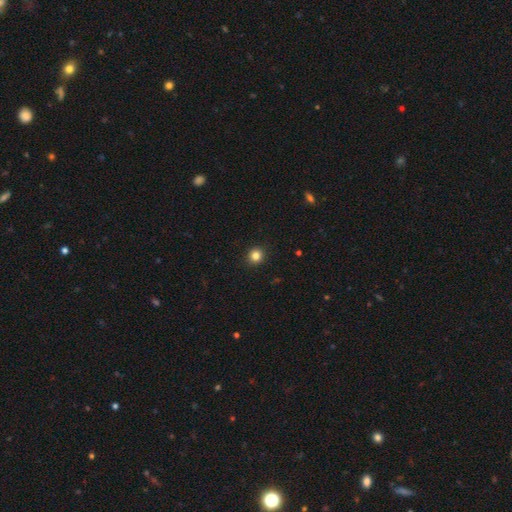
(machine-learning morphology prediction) smooth_or_featured: smooth (p=0.83) [alt: star or artifact p=0.12]
how_rounded: round (p=0.92) [alt: in between p=0.07]
merging: none (p=0.93) [alt: minor disturbance p=0.05]